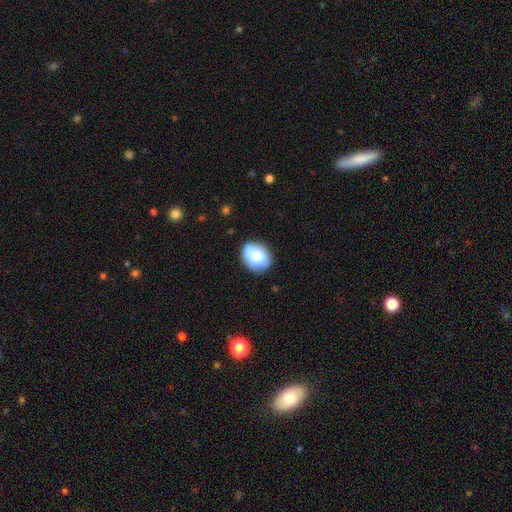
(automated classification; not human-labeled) The model was most divided on "how rounded": in between: 52%, round: 46%, cigar-shaped: 1%. More confident: smooth or featured — smooth (80%); merging — none (77%).